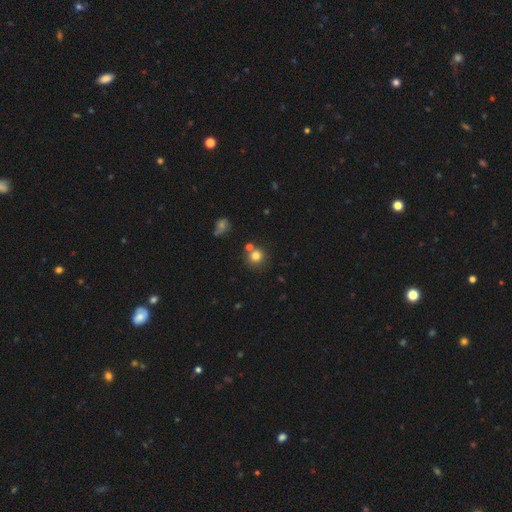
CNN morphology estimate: This appears to be a smooth galaxy with no disk features (78%) that is round (89%). Merging: none (71%).